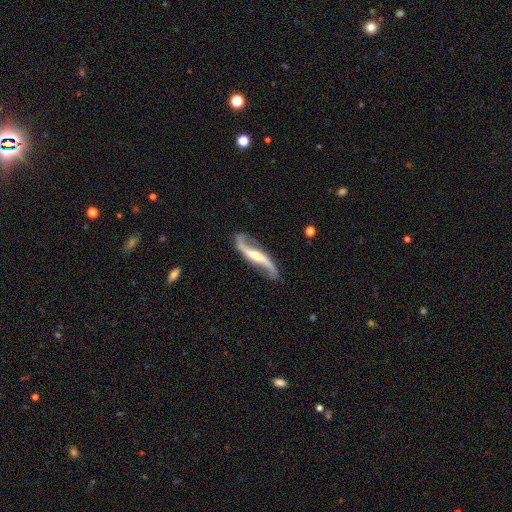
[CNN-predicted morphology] smooth-or-featured: featured or disk: 88% | smooth: 8% | star or artifact: 4%
  disk-edge-on: no: 85% | yes: 15%
    bar: strong: 37% | weak: 34% | no: 30%
    has-spiral-arms: yes: 96% | no: 4%
      spiral-winding: loose: 88% | medium: 9% | tight: 3%
      spiral-arm-count: 2: 93% | 1: 2% | can't tell: 2% | 3: 1% | 4: 1% | more than 4: 1%
    bulge-size: small: 41% | moderate: 36% | none: 14% | large: 7% | dominant: 2%
  merging: none: 77% | minor disturbance: 14% | major disturbance: 6% | merger: 3%